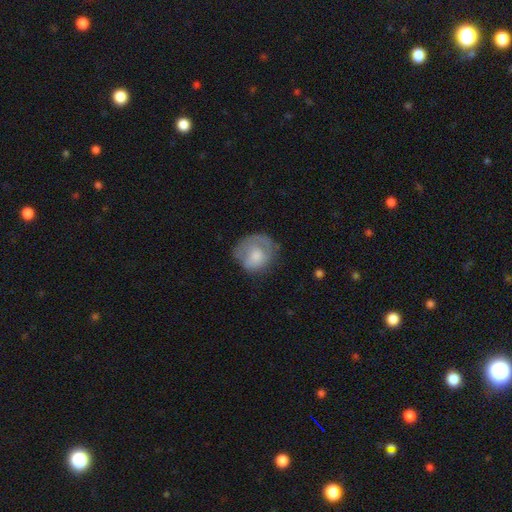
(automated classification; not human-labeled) smooth 58%, featured or disk 35%, star or artifact 7%. Down the decision tree: how rounded — round (76%); merging — none (48%).